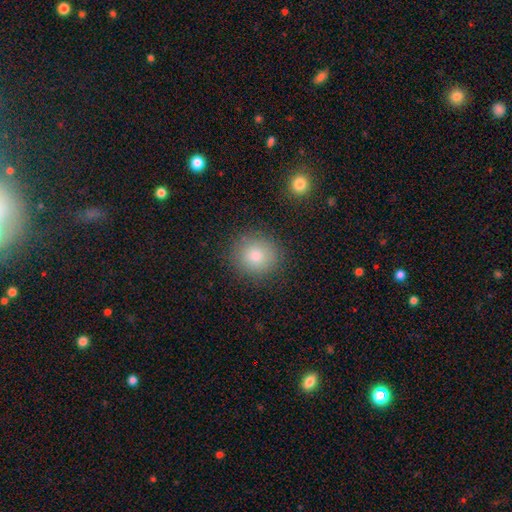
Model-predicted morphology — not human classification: Smooth or featured? smooth (80%)
How rounded? round (87%)
Merging? none (88%)